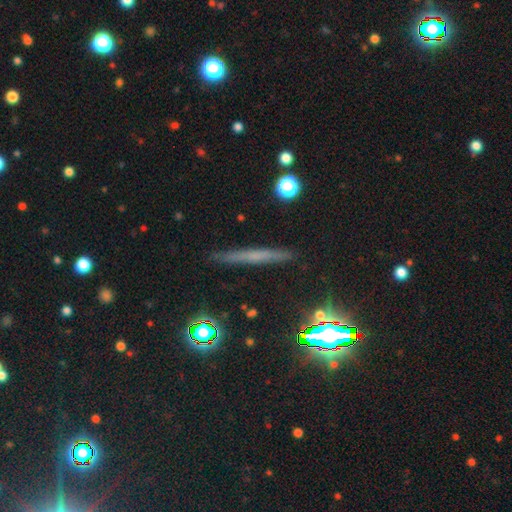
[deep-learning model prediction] Smooth or featured? Predicted: smooth (p=0.42). Merging? Predicted: none (p=0.88).